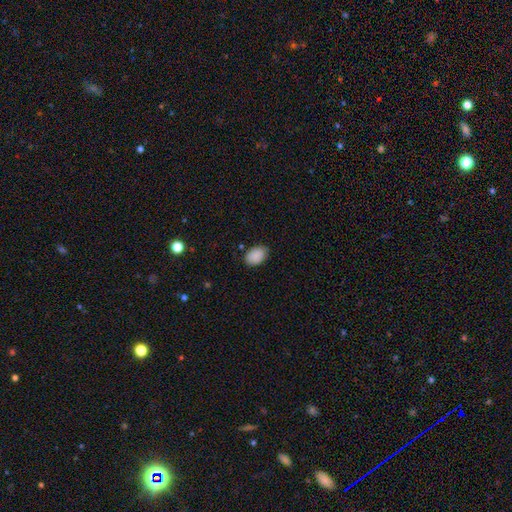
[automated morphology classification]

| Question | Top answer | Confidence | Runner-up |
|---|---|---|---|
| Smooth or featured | smooth | 89% | star or artifact (7%) |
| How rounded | in between | 84% | round (15%) |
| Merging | none | 79% | minor disturbance (17%) |